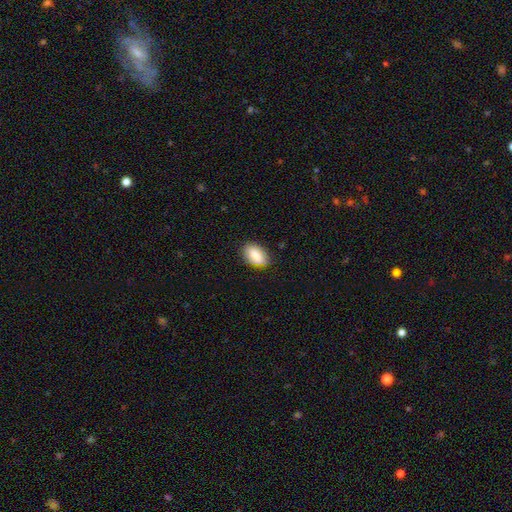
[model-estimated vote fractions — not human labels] smooth_or_featured: smooth (p=0.85) [alt: featured or disk p=0.08]
how_rounded: in between (p=0.90) [alt: round p=0.07]
merging: none (p=0.81) [alt: minor disturbance p=0.16]